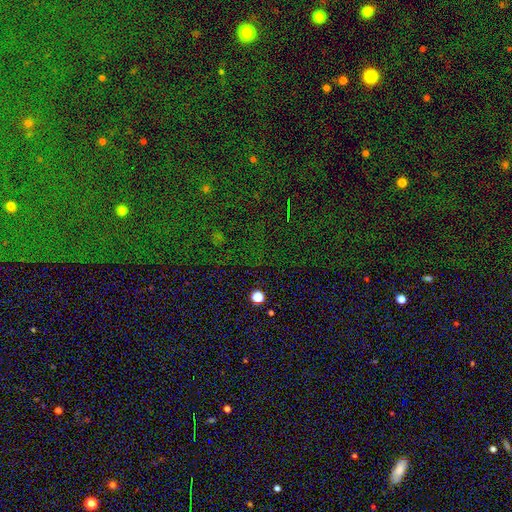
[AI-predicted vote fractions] A star or artifact, not a galaxy (83%).

Vote fractions:
- Smooth or featured? star or artifact: 83% / smooth: 10% / featured or disk: 7%